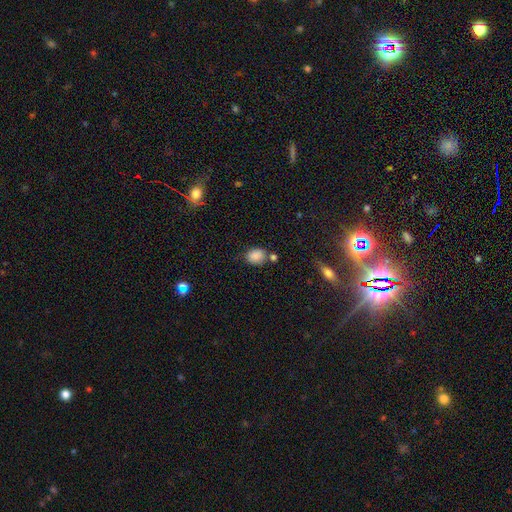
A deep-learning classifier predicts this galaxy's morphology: Smooth or featured? smooth (85%)
How rounded? in between (53%)
Merging? none (66%)